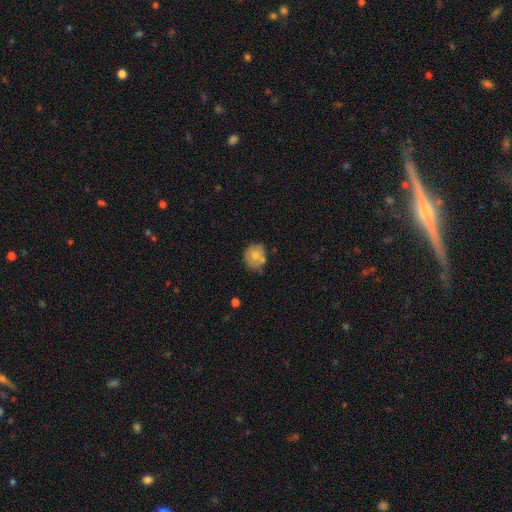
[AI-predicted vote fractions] The model was most divided on "merging": none: 57%, minor disturbance: 27%, merger: 10%, major disturbance: 6%. More confident: how rounded — round (77%); smooth or featured — smooth (65%).